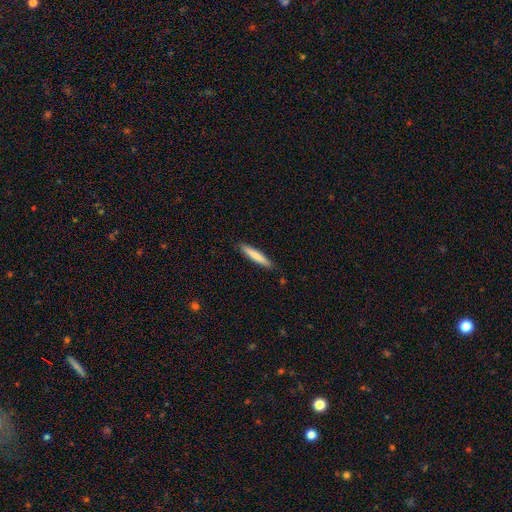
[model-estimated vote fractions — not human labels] Smooth or featured: smooth — 77% (featured or disk — 17%)
How rounded: cigar-shaped — 92% (in between — 7%)
Merging: none — 89% (minor disturbance — 8%)